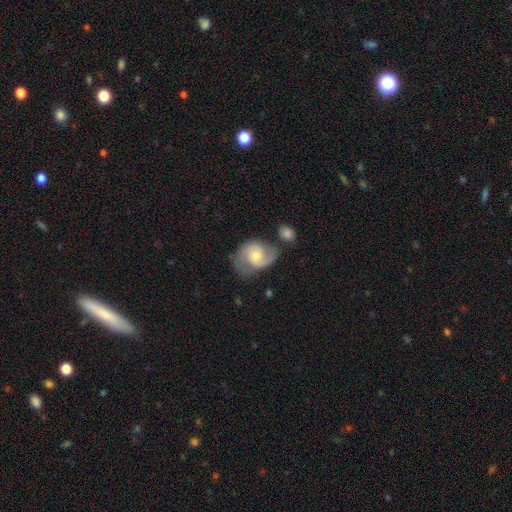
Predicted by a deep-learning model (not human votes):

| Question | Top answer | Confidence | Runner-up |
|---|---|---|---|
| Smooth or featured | featured or disk | 71% | smooth (23%) |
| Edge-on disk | no | 97% | yes (3%) |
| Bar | no | 61% | weak (34%) |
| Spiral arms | yes | 92% | no (8%) |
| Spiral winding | medium | 51% | loose (26%) |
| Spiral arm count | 2 | 85% | can't tell (7%) |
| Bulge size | moderate | 50% | small (41%) |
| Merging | none | 53% | minor disturbance (24%) |